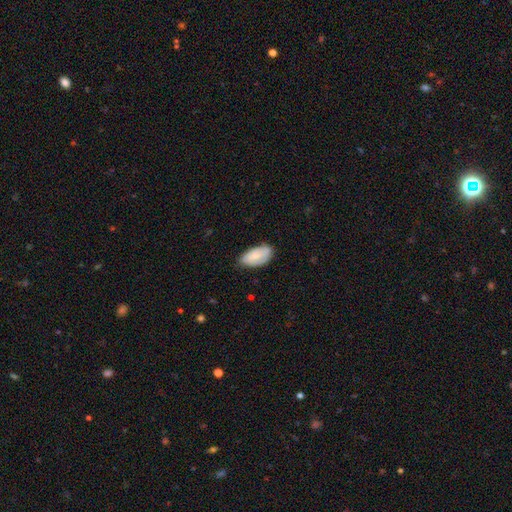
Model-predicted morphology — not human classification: type=smooth (70%); roundness=in between (94%); merging=none (65%).